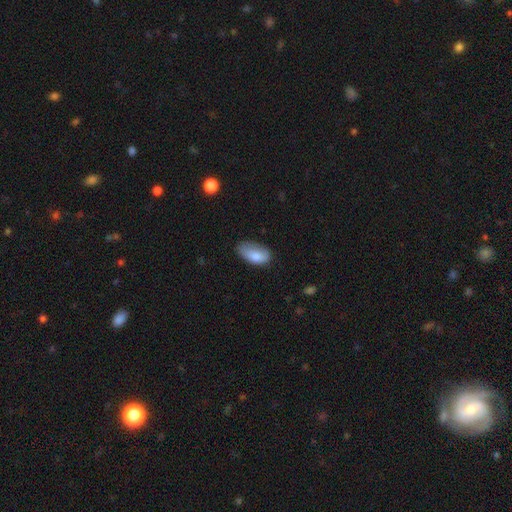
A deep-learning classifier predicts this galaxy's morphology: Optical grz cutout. It shows a smooth galaxy with no disk features (82%) that is in between round and cigar-shaped (93%). Merging: none (51%).